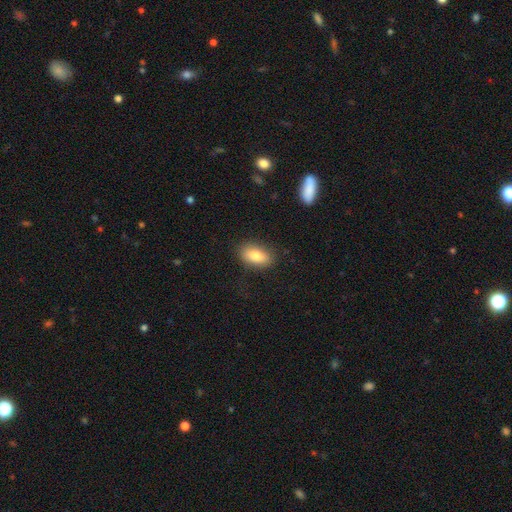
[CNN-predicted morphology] smooth-or-featured: smooth: 81% | featured or disk: 12% | star or artifact: 7%
  how-rounded: in between: 88% | round: 6% | cigar-shaped: 6%
  merging: none: 84% | minor disturbance: 12% | major disturbance: 3% | merger: 1%